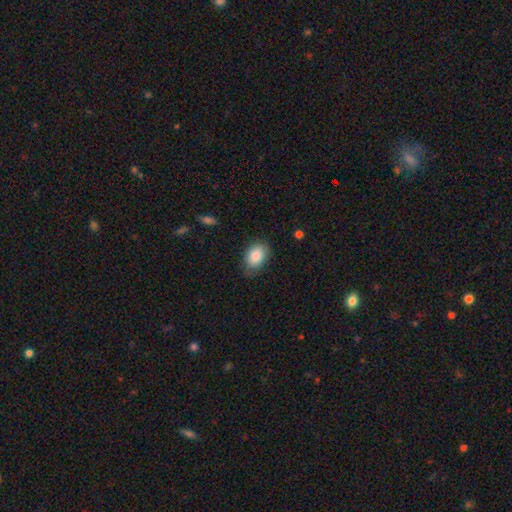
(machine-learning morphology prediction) type=smooth (84%); roundness=in between (86%); merging=none (74%).